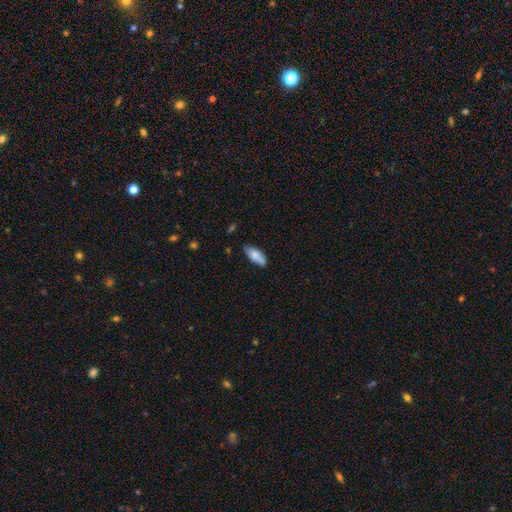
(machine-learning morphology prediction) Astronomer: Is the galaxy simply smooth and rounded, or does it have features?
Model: smooth — 79%.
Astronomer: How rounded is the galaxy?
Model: in between — 80%.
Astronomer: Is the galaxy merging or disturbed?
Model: none — 69%.